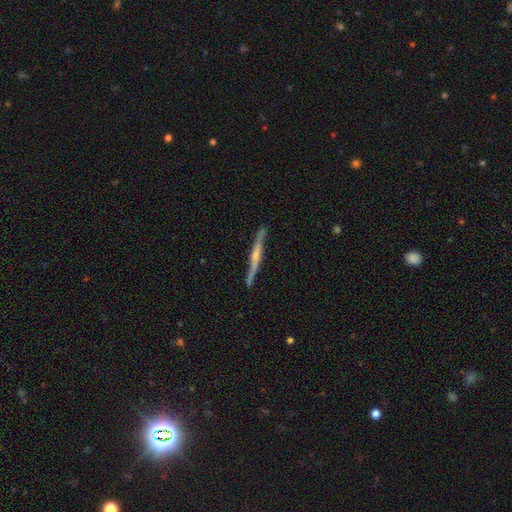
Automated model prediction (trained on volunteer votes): Smooth or featured?
  - featured or disk: 76% *
  - smooth: 19%
  - star or artifact: 5%
Edge-on disk?
  - yes: 93% *
  - no: 7%
Edge-on bulge?
  - rounded: 60% *
  - none: 27%
  - boxy: 13%
Merging?
  - none: 83% *
  - minor disturbance: 13%
  - major disturbance: 2%
  - merger: 2%